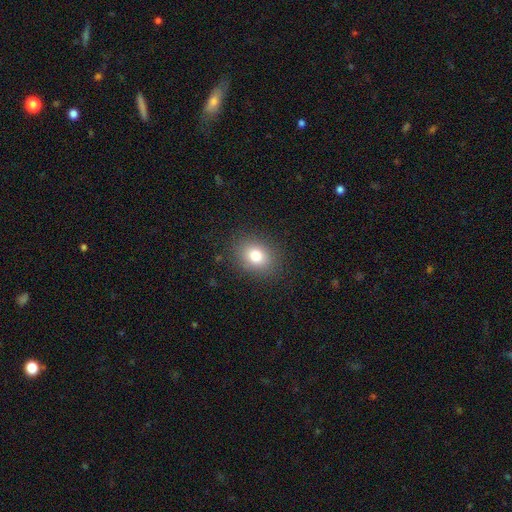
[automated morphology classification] This is likely a smooth galaxy (79%). How rounded: possibly in between (53%). Merging: clearly none (87%).